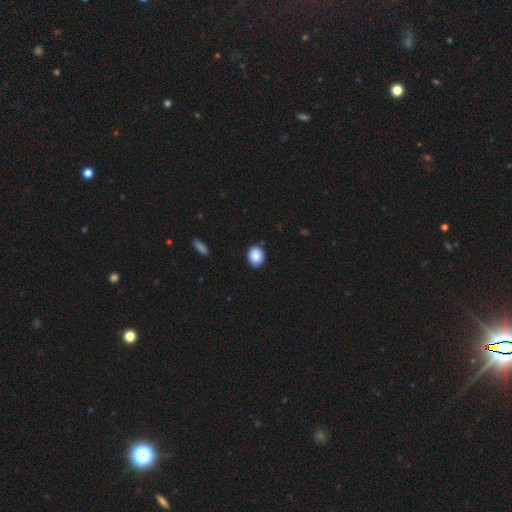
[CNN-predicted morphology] A smooth galaxy with no disk features (88%) that is in between round and cigar-shaped (51%).

Vote fractions:
- Smooth or featured? smooth: 88% / star or artifact: 8% / featured or disk: 4%
- How rounded? in between: 51% / round: 48% / cigar-shaped: 1%
- Merging? none: 84% / minor disturbance: 13% / major disturbance: 2% / merger: 1%